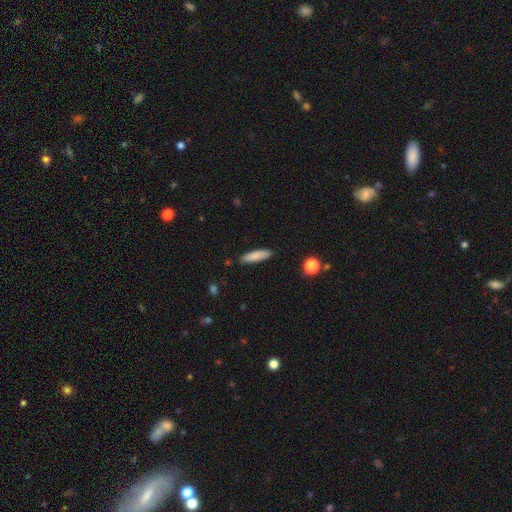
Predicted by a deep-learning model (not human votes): A smooth galaxy with no disk features (81%) that is cigar-shaped (71%). Merging: none (88%).